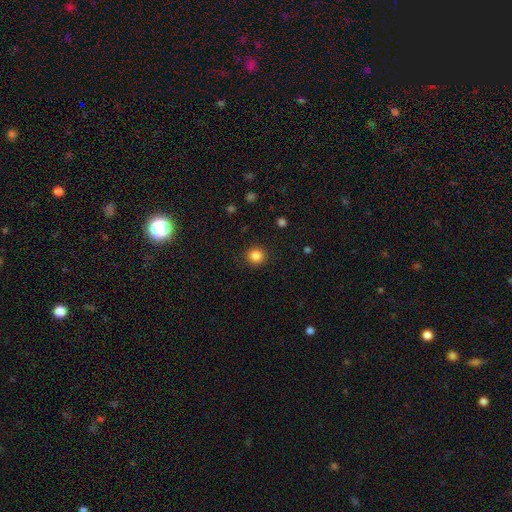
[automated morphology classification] This is clearly a smooth galaxy (85%). How rounded: clearly round (93%). Merging: clearly none (91%).